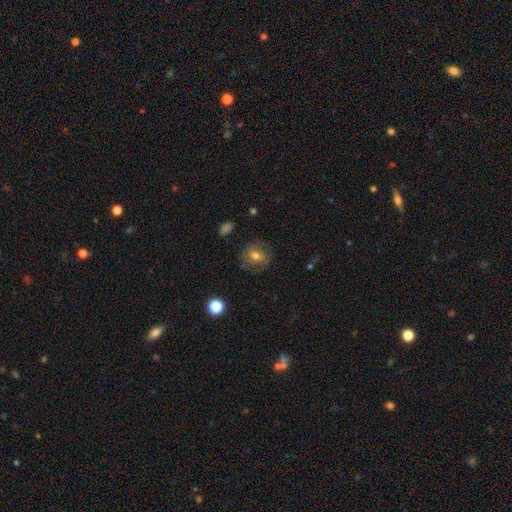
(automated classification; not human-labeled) Q: Smooth or featured?
A: smooth (56%); runner-up: featured or disk (32%)
Q: How rounded?
A: round (74%); runner-up: in between (25%)
Q: Merging?
A: none (74%); runner-up: minor disturbance (16%)